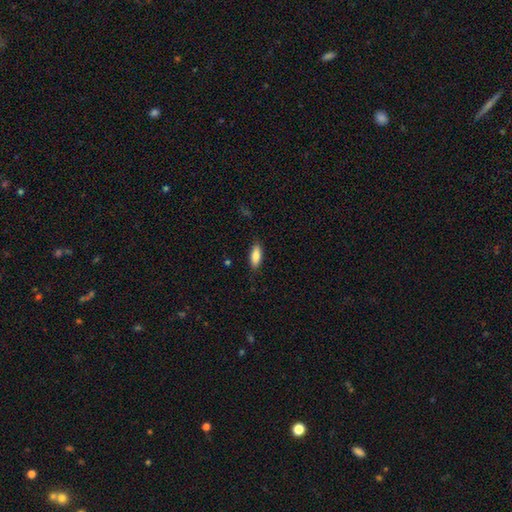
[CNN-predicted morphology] type=smooth (84%); roundness=in between (77%); merging=none (85%).